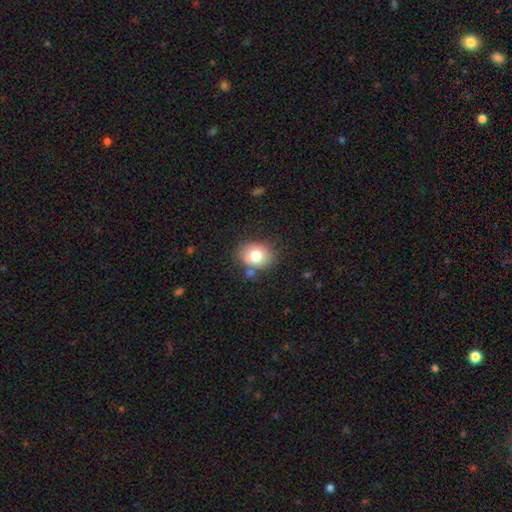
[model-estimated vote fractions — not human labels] Overall: smooth (76%). How rounded: in between (52%; round 47%). Merging: none (70%).